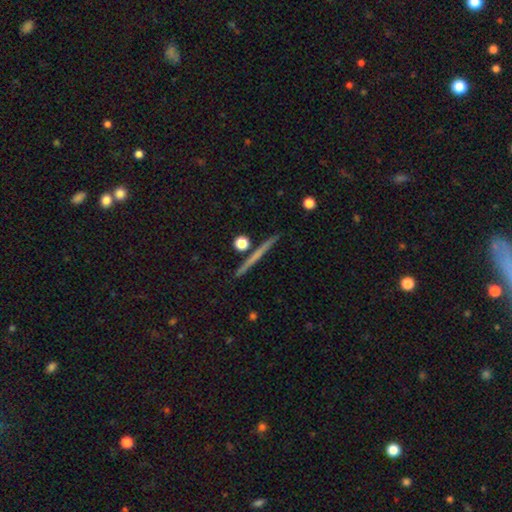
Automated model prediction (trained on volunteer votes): smooth-or-featured: featured or disk: 52% | smooth: 40% | star or artifact: 8%
  disk-edge-on: yes: 97% | no: 3%
    edge-on-bulge: none: 85% | rounded: 11% | boxy: 4%
  merging: none: 90% | minor disturbance: 6% | merger: 3% | major disturbance: 1%